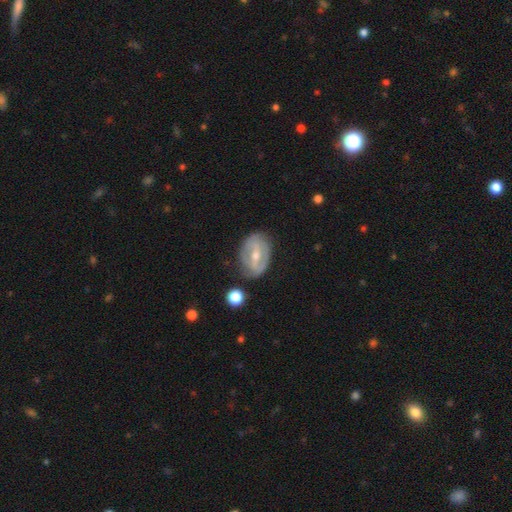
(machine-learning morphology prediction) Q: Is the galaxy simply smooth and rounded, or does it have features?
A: featured or disk — 70%.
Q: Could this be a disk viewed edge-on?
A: no — 94%.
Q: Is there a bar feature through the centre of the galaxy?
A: strong — 46%.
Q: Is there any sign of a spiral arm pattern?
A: yes — 57%.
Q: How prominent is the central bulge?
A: moderate — 59%.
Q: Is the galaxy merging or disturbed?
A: none — 72%.